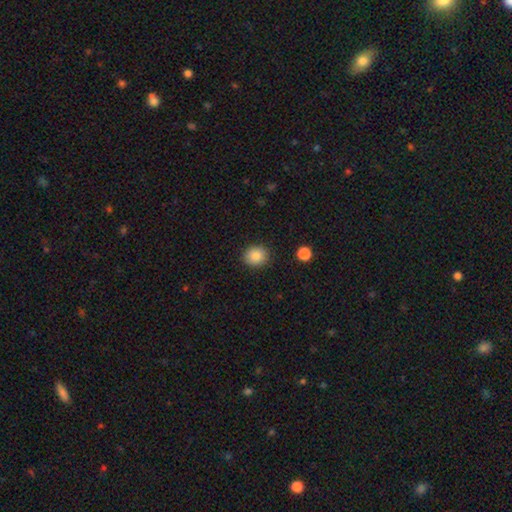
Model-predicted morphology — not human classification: This appears to be a smooth galaxy with no disk features (86%) that is round (78%). Merging: none (89%).